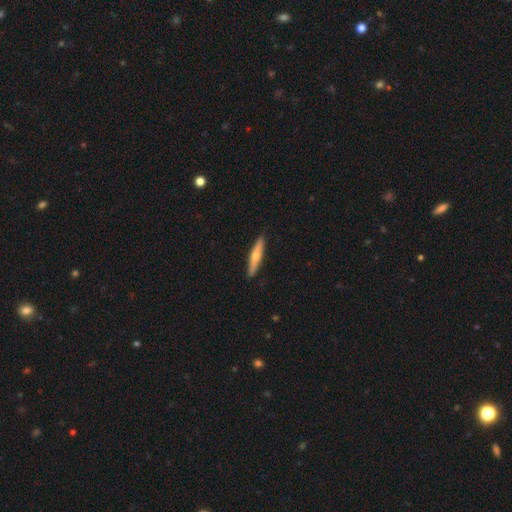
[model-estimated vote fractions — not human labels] Overall: smooth (48%; featured or disk 47%). Merging: none (91%).